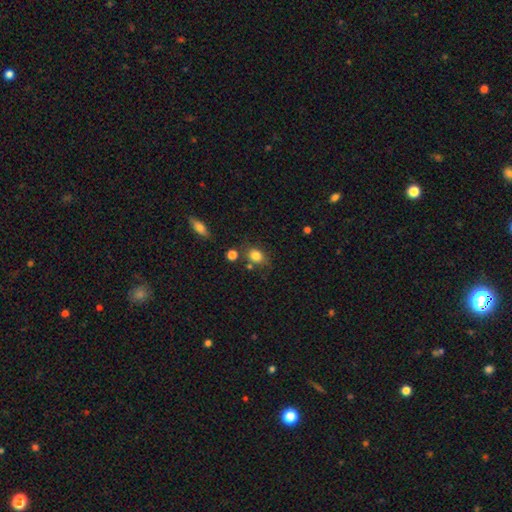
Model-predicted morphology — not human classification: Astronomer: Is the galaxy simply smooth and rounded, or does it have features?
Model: smooth — 81%.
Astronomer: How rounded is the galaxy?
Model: in between — 56% (runner-up: round, 42%).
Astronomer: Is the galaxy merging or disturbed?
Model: none — 67%.